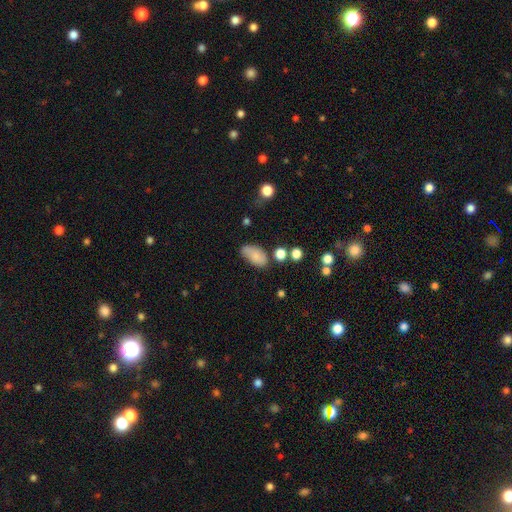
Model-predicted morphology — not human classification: Smooth or featured? Predicted: smooth (p=0.81). How rounded? Predicted: in between (p=0.92). Merging? Predicted: none (p=0.59).